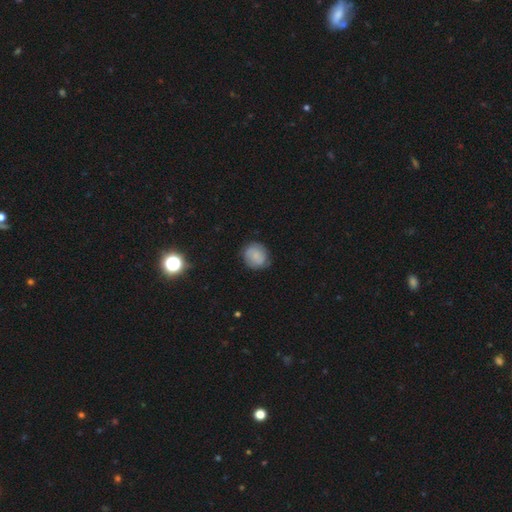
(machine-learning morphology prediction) This is likely a smooth galaxy (66%). How rounded: likely round (79%). Merging: likely none (77%).